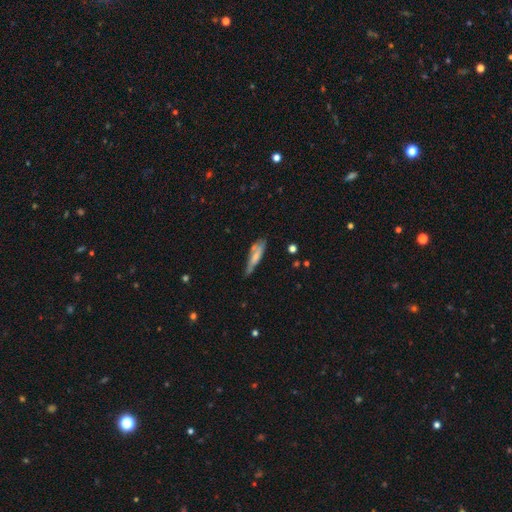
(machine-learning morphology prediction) Smooth or featured? Predicted: smooth (p=0.57). How rounded? Predicted: cigar-shaped (p=0.65). Merging? Predicted: none (p=0.44).